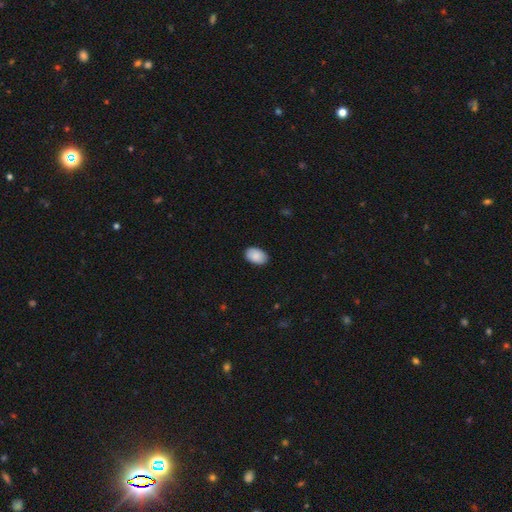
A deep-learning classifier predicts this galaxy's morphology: smooth_or_featured: smooth (p=0.89) [alt: star or artifact p=0.06]
how_rounded: in between (p=0.91) [alt: round p=0.08]
merging: none (p=0.88) [alt: minor disturbance p=0.09]